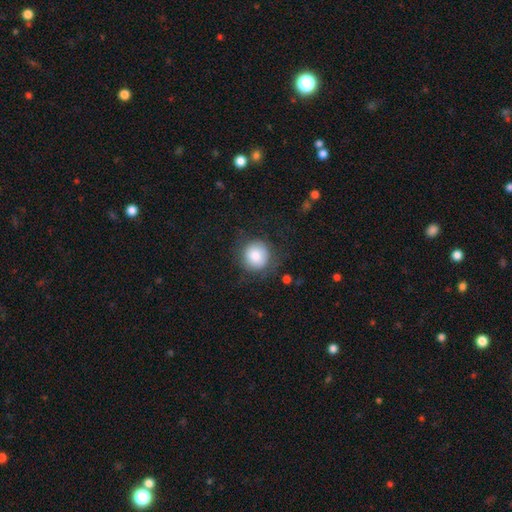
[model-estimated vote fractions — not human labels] A smooth galaxy with no disk features (78%) that is round (91%).

Vote fractions:
- Smooth or featured? smooth: 78% / featured or disk: 13% / star or artifact: 8%
- How rounded? round: 91% / in between: 8% / cigar-shaped: 1%
- Merging? none: 74% / minor disturbance: 15% / major disturbance: 9% / merger: 1%